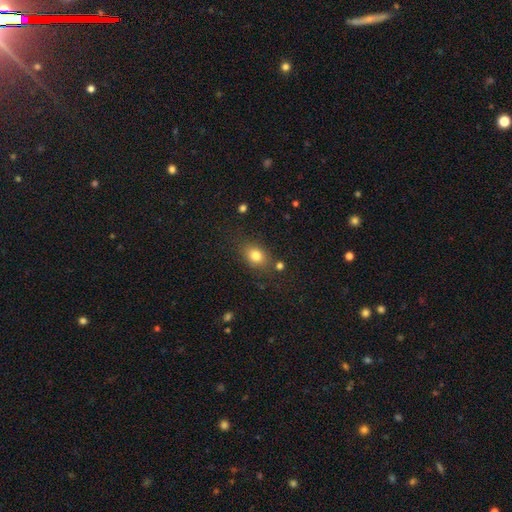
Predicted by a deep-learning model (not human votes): Q: Smooth or featured?
A: smooth (80%); runner-up: star or artifact (11%)
Q: How rounded?
A: in between (65%); runner-up: round (33%)
Q: Merging?
A: none (76%); runner-up: minor disturbance (14%)